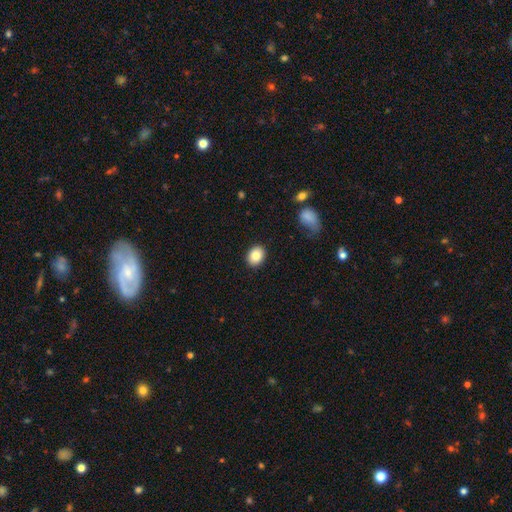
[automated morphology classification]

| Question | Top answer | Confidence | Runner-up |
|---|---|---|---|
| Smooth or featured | smooth | 85% | star or artifact (8%) |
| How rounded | in between | 57% | round (42%) |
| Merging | none | 90% | minor disturbance (7%) |